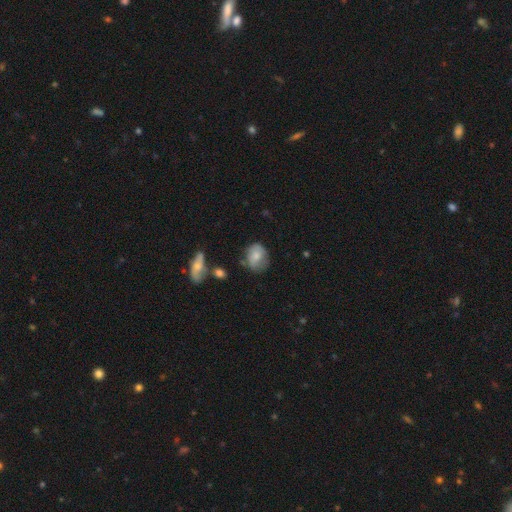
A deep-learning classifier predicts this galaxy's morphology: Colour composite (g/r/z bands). It shows a smooth galaxy with no disk features (69%) that is round (50%). Merging: none (58%).